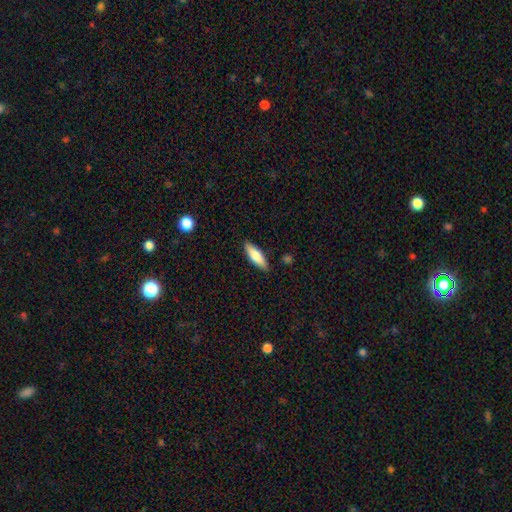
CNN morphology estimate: This appears to be a smooth galaxy with no disk features (77%) that is in between round and cigar-shaped (54%). Merging: none (86%).